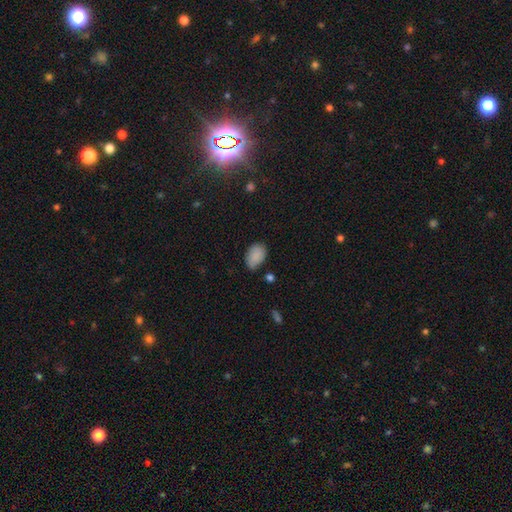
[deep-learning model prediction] Smooth or featured? smooth (87%)
How rounded? in between (85%)
Merging? none (70%)